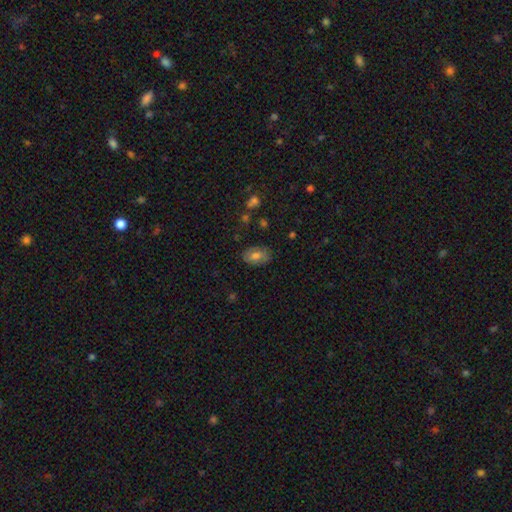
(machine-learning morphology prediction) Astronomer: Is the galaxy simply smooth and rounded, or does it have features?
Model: smooth — 72%.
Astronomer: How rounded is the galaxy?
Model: in between — 87%.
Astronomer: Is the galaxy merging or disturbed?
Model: none — 79%.